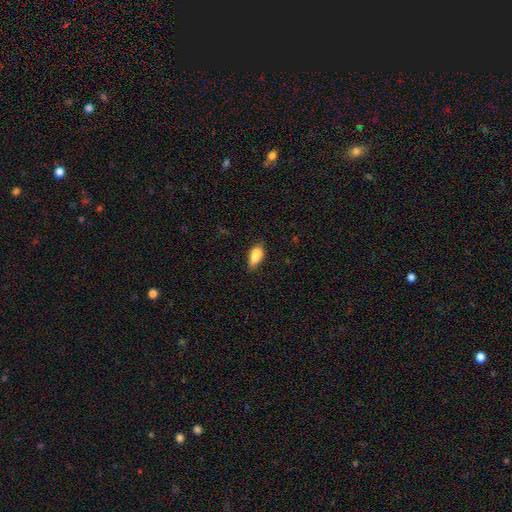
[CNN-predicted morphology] Q: Smooth or featured?
A: smooth (86%); runner-up: star or artifact (7%)
Q: How rounded?
A: in between (88%); runner-up: cigar-shaped (9%)
Q: Merging?
A: none (74%); runner-up: minor disturbance (21%)